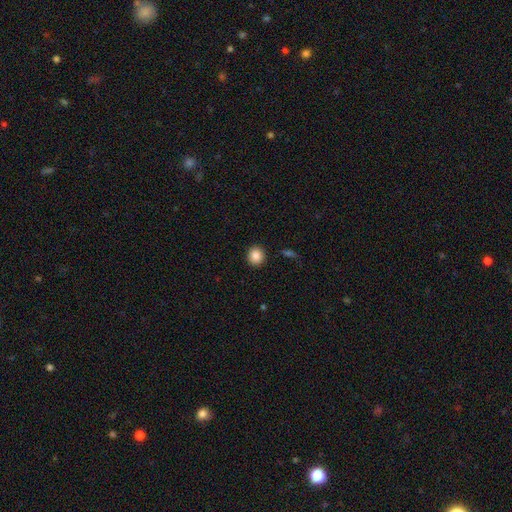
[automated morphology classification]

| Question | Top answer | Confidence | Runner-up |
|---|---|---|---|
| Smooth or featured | smooth | 87% | star or artifact (9%) |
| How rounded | round | 87% | in between (12%) |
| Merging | none | 92% | minor disturbance (5%) |